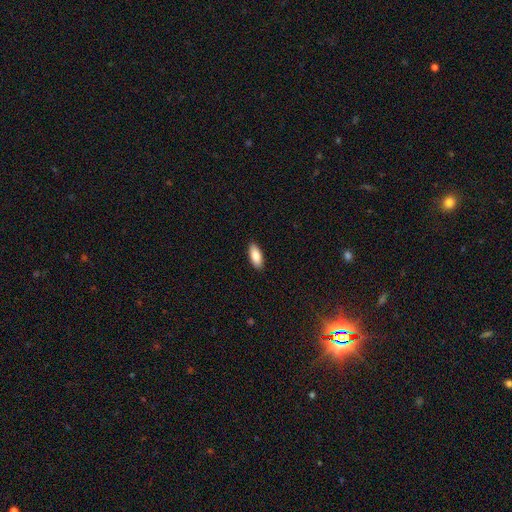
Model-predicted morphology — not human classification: The model was most divided on "how rounded": in between: 83%, cigar-shaped: 15%, round: 2%. More confident: merging — none (90%); smooth or featured — smooth (88%).